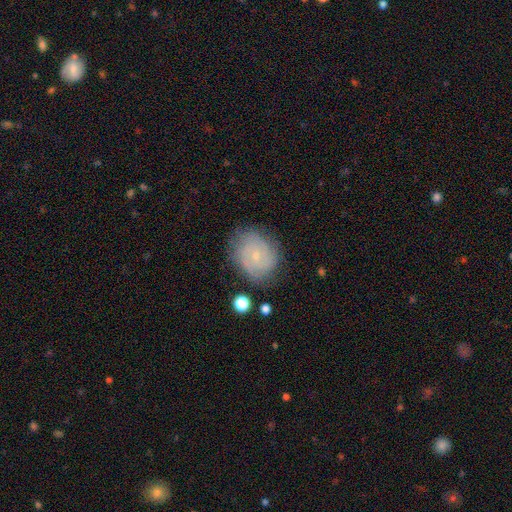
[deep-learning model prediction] Smooth or featured: featured or disk — 66% (smooth — 25%)
Edge-on disk: no — 98% (yes — 2%)
Bar: no — 71% (weak — 25%)
Spiral arms: yes — 89% (no — 11%)
Spiral winding: tight — 64% (medium — 28%)
Spiral arm count: 2 — 36% (can't tell — 34%)
Bulge size: small — 80% (moderate — 15%)
Merging: none — 76% (minor disturbance — 17%)